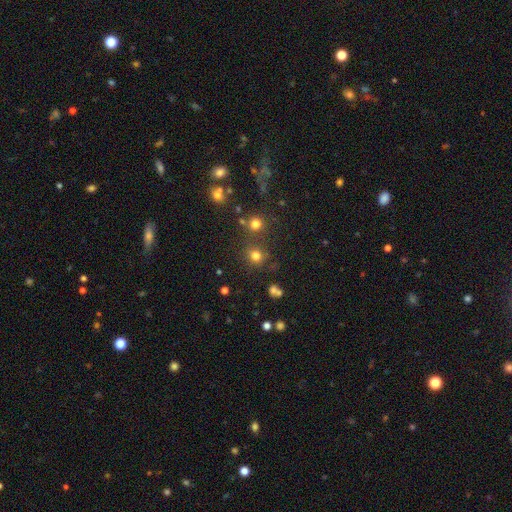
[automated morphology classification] type=smooth (74%); roundness=round (89%); merging=none (76%).